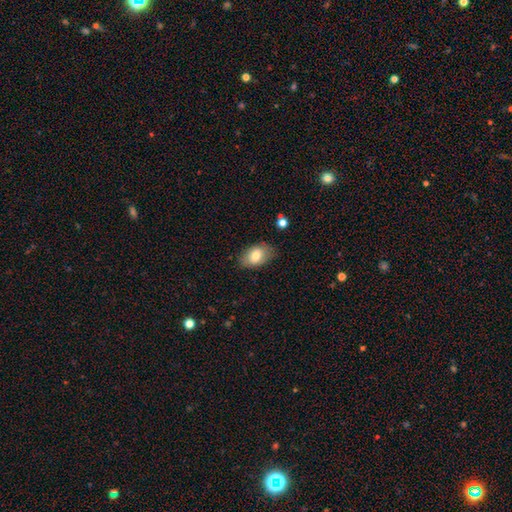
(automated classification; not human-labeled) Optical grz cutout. It shows a smooth galaxy with no disk features (78%) that is in between round and cigar-shaped (89%). Merging: none (80%).